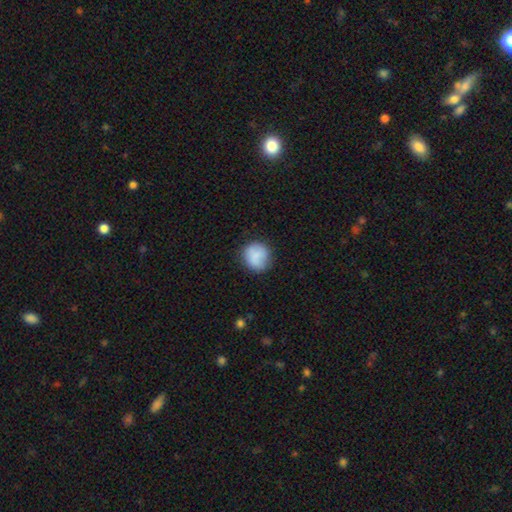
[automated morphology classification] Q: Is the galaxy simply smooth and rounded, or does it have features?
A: smooth — 83%.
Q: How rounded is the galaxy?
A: round — 86%.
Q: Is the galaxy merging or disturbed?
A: none — 77%.